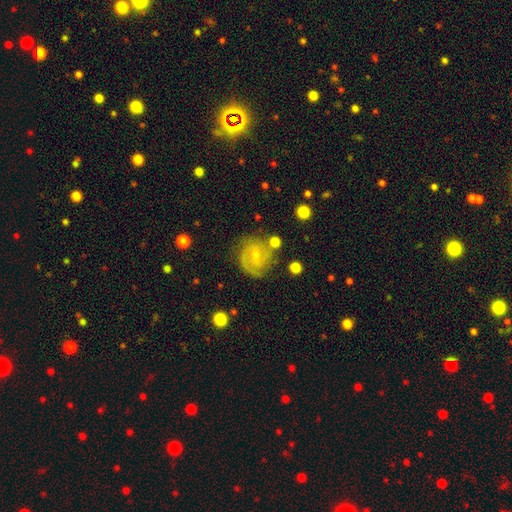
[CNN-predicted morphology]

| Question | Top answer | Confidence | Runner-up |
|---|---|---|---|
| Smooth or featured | featured or disk | 74% | smooth (19%) |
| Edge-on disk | no | 97% | yes (3%) |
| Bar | weak | 54% | no (33%) |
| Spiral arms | yes | 92% | no (8%) |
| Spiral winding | tight | 46% | medium (42%) |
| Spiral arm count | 2 | 64% | can't tell (15%) |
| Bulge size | small | 67% | moderate (27%) |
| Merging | none | 72% | minor disturbance (17%) |